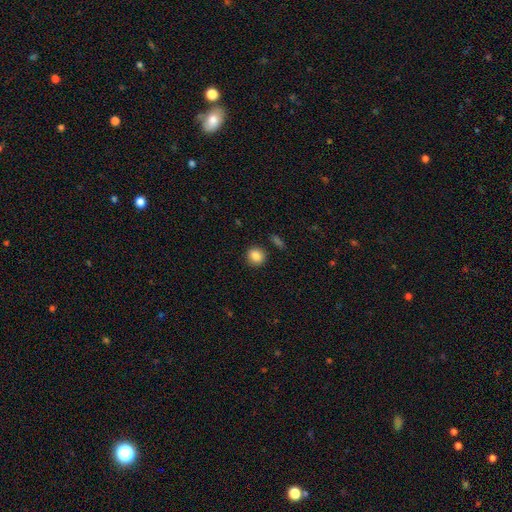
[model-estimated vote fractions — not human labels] smooth 87%, star or artifact 9%, featured or disk 4%. Down the decision tree: how rounded — round (79%); merging — none (87%).